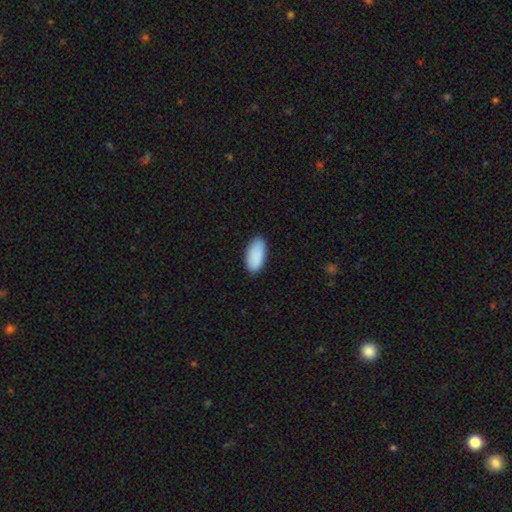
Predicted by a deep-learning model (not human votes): Morphology: type=smooth (90%); roundness=in between (94%); merging=none (85%).